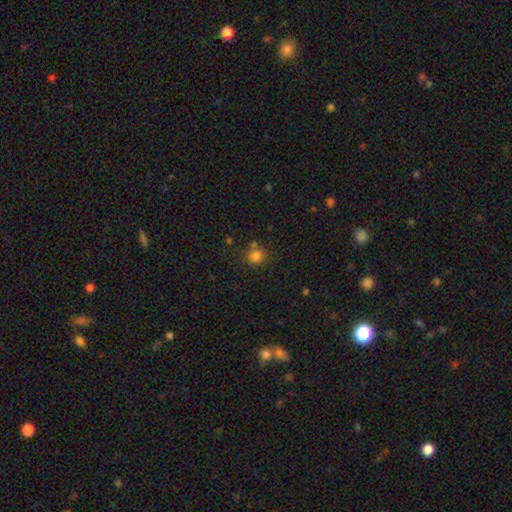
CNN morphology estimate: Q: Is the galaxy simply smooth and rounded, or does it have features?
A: smooth — 81%.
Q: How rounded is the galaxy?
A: round — 88%.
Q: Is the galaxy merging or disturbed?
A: none — 71%.